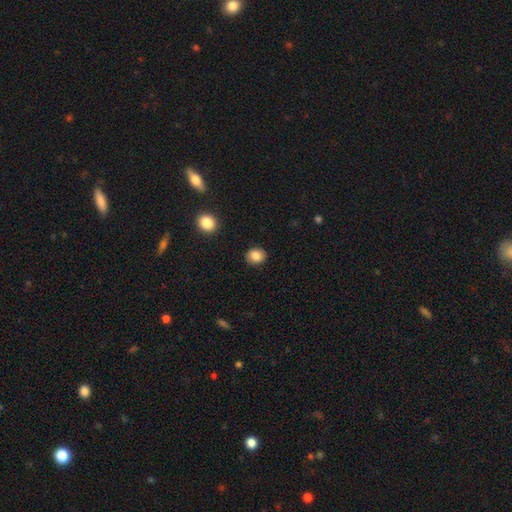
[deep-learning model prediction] Smooth or featured?
  - smooth: 86% *
  - star or artifact: 9%
  - featured or disk: 5%
How rounded?
  - round: 69% *
  - in between: 30%
  - cigar-shaped: 1%
Merging?
  - none: 90% *
  - minor disturbance: 7%
  - major disturbance: 2%
  - merger: 1%